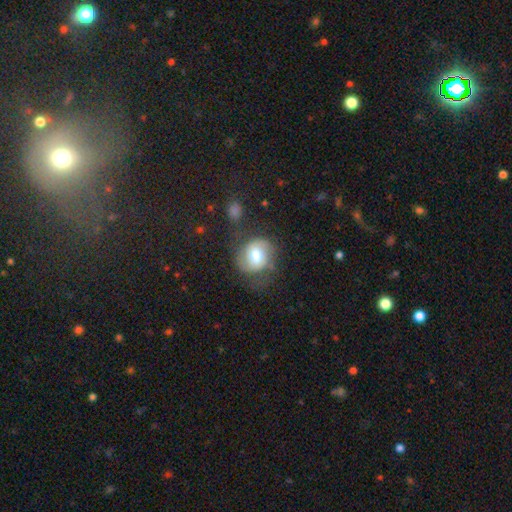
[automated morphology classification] A smooth galaxy with no disk features (50%). Merging: none (57%).